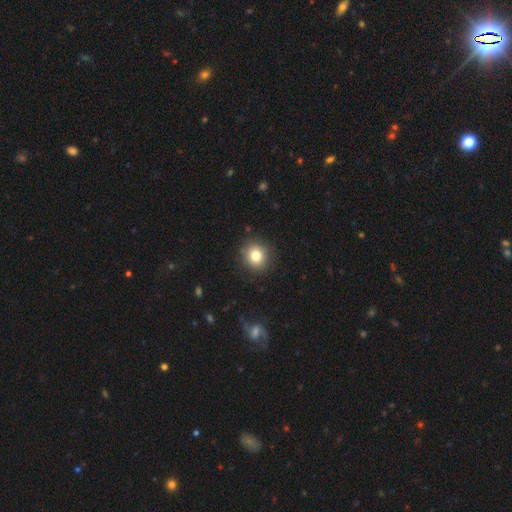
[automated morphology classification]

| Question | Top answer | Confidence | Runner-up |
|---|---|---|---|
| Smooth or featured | smooth | 80% | star or artifact (12%) |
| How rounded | round | 86% | in between (13%) |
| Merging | none | 89% | minor disturbance (8%) |